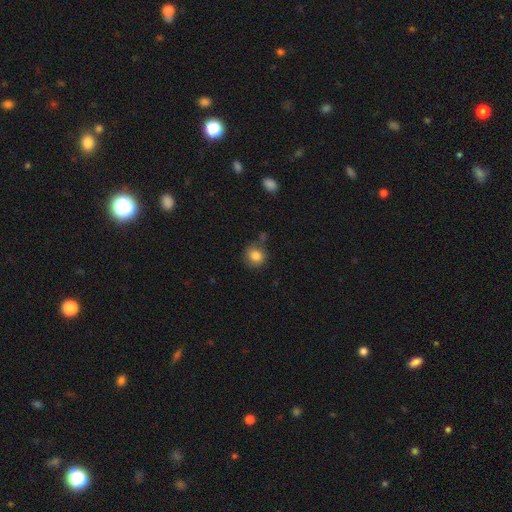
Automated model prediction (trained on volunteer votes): Smooth or featured?
  - smooth: 83% *
  - star or artifact: 10%
  - featured or disk: 7%
How rounded?
  - round: 86% *
  - in between: 13%
  - cigar-shaped: 1%
Merging?
  - none: 75% *
  - minor disturbance: 15%
  - merger: 6%
  - major disturbance: 4%